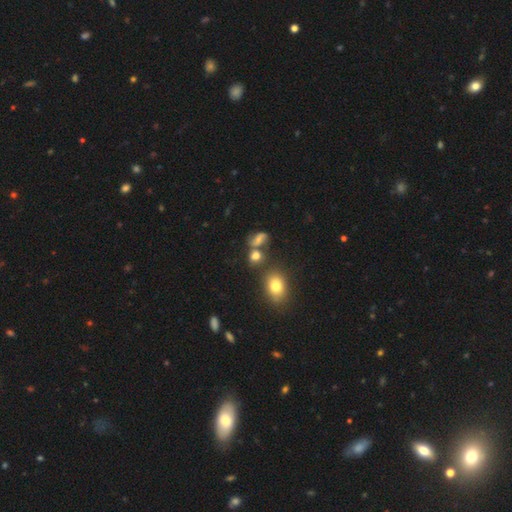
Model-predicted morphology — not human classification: A smooth galaxy with no disk features (63%) that is round (53%). Merging: none (51%).